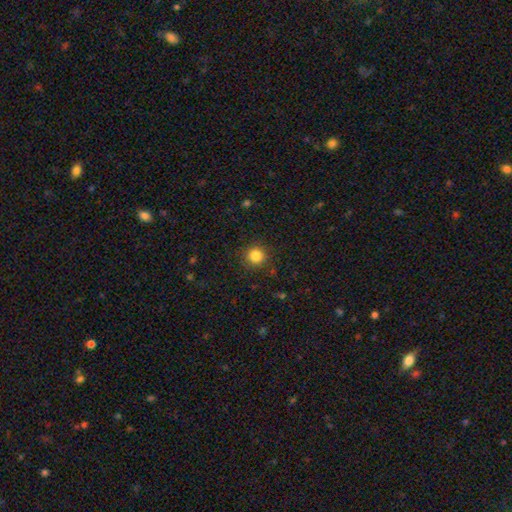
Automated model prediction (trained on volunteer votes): smooth_or_featured: smooth (p=0.84) [alt: star or artifact p=0.11]
how_rounded: round (p=0.93) [alt: in between p=0.06]
merging: none (p=0.89) [alt: minor disturbance p=0.07]